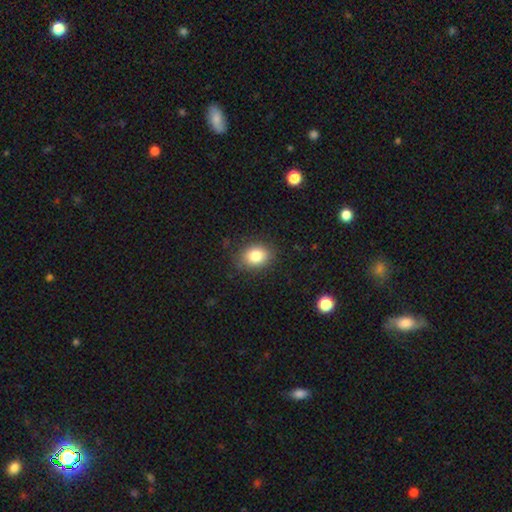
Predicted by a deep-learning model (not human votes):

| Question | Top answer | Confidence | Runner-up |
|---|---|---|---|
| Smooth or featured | smooth | 83% | star or artifact (10%) |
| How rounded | in between | 54% | round (45%) |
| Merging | none | 85% | minor disturbance (11%) |